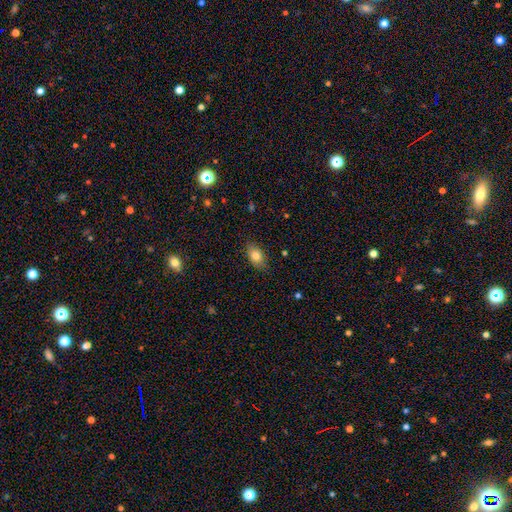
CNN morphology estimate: Smooth or featured? Predicted: smooth (p=0.81). How rounded? Predicted: in between (p=0.87). Merging? Predicted: none (p=0.83).